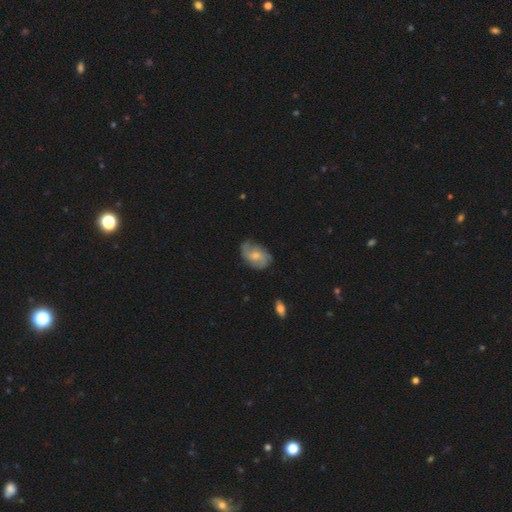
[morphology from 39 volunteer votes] This appears to be a featured or disk galaxy (59%) with no bar (64%), 2 (43%) loose (48%) spiral arms (95%) and a moderate central bulge (55%). Merging: none (62%).